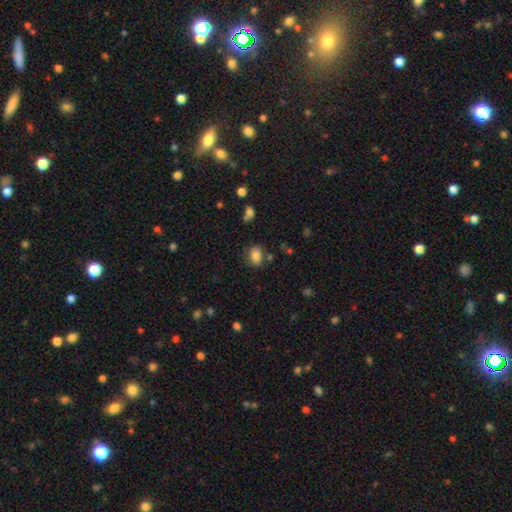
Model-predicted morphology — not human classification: Smooth or featured?
  - smooth: 80% *
  - star or artifact: 10%
  - featured or disk: 10%
How rounded?
  - in between: 73% *
  - round: 26%
  - cigar-shaped: 1%
Merging?
  - none: 73% *
  - minor disturbance: 16%
  - merger: 6%
  - major disturbance: 5%